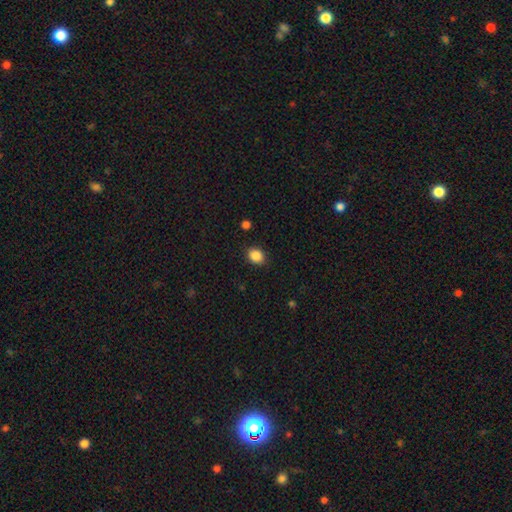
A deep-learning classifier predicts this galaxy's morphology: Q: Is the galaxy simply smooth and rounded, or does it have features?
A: smooth — 87%.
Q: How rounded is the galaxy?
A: round — 53%.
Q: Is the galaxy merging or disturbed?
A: none — 87%.